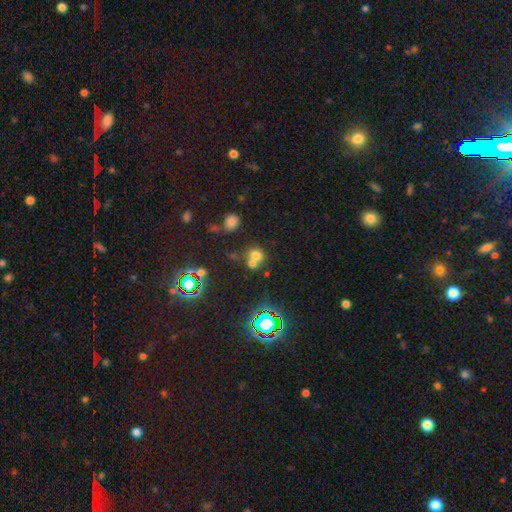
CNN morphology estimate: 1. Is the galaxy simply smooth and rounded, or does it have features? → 63% smooth, 23% star or artifact, 13% featured or disk.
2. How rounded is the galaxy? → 80% round, 19% in between, 1% cigar-shaped.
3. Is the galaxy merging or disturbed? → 48% merger, 41% none, 7% minor disturbance, 3% major disturbance.